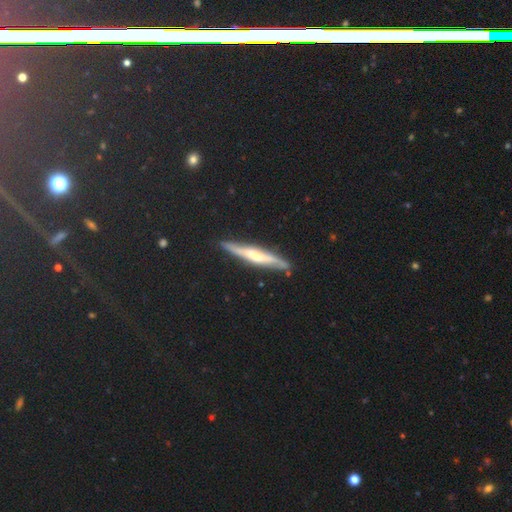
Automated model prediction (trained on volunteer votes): This appears to be a featured or disk galaxy (65%) viewed edge-on (90%) with a rounded central bulge (54%). Merging: none (84%).